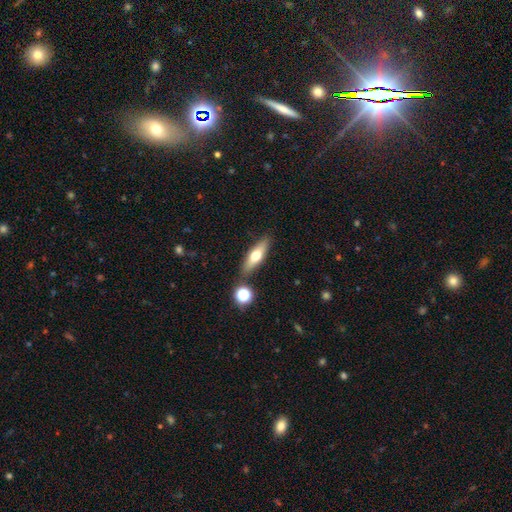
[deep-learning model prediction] smooth_or_featured: smooth (p=0.55) [alt: featured or disk p=0.37]
how_rounded: cigar-shaped (p=0.52) [alt: in between p=0.44]
merging: none (p=0.82) [alt: minor disturbance p=0.10]